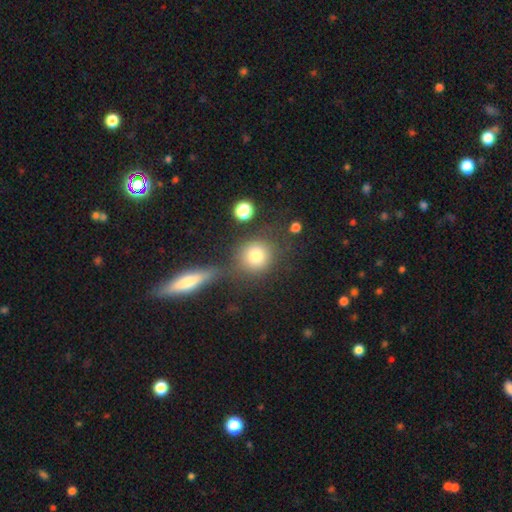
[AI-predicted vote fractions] This is likely a smooth galaxy (78%). How rounded: clearly round (85%). Merging: likely none (65%).